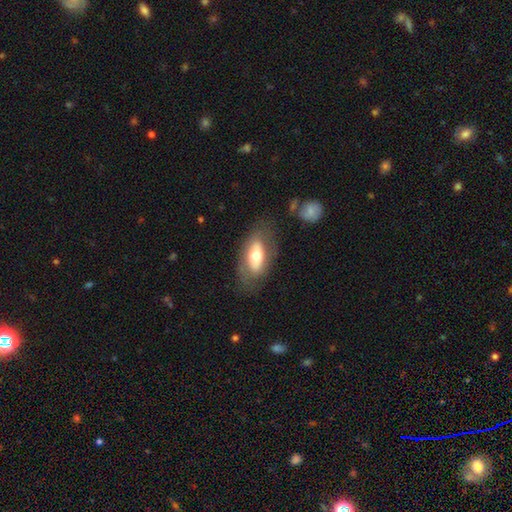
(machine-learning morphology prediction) type=smooth (54%); roundness=in between (86%); merging=none (71%).